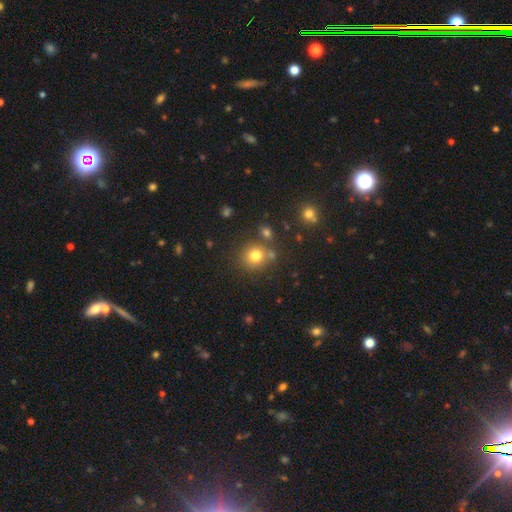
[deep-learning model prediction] A smooth galaxy with no disk features (77%) that is round (84%).

Vote fractions:
- Smooth or featured? smooth: 77% / star or artifact: 14% / featured or disk: 9%
- How rounded? round: 84% / in between: 15% / cigar-shaped: 1%
- Merging? none: 72% / merger: 12% / minor disturbance: 11% / major disturbance: 4%